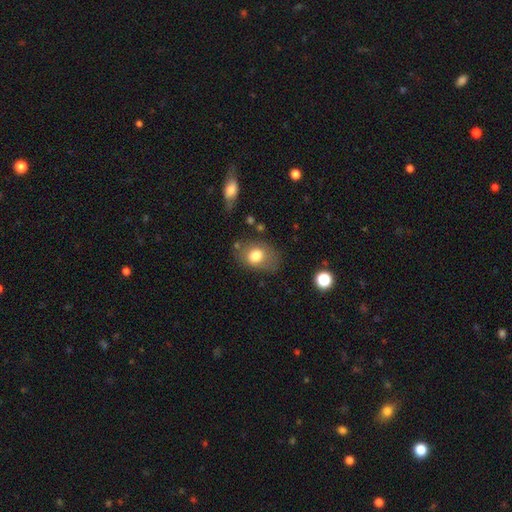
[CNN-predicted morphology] A smooth galaxy with no disk features (77%) that is in between round and cigar-shaped (68%).

Vote fractions:
- Smooth or featured? smooth: 77% / featured or disk: 15% / star or artifact: 8%
- How rounded? in between: 68% / round: 31% / cigar-shaped: 1%
- Merging? none: 67% / minor disturbance: 21% / major disturbance: 9% / merger: 4%